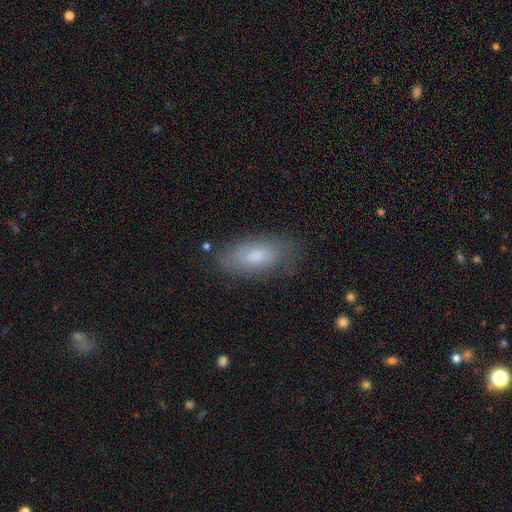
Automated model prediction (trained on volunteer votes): smooth 75%, featured or disk 18%, star or artifact 7%. Down the decision tree: how rounded — in between (85%); merging — none (75%).